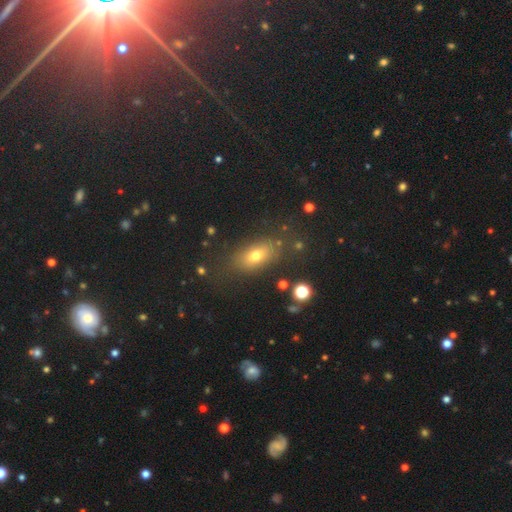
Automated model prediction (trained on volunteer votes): A smooth galaxy with no disk features (69%) that is in between round and cigar-shaped (78%).

Vote fractions:
- Smooth or featured? smooth: 69% / featured or disk: 17% / star or artifact: 14%
- How rounded? in between: 78% / round: 14% / cigar-shaped: 9%
- Merging? none: 78% / minor disturbance: 13% / major disturbance: 6% / merger: 3%